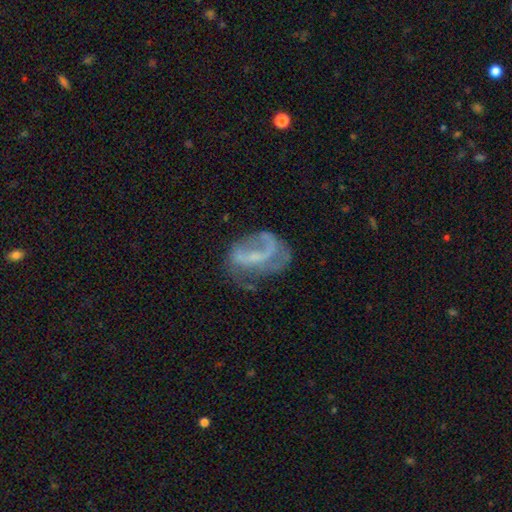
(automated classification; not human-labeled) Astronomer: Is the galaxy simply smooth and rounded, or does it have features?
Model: featured or disk — 69%.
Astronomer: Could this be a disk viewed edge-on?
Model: no — 97%.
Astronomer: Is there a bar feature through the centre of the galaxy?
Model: weak — 39% (runner-up: no, 38%).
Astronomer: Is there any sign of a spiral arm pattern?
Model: yes — 63%.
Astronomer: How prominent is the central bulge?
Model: small — 41% (runner-up: none, 40%).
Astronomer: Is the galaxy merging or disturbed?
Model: none — 38% (runner-up: major disturbance, 35%).